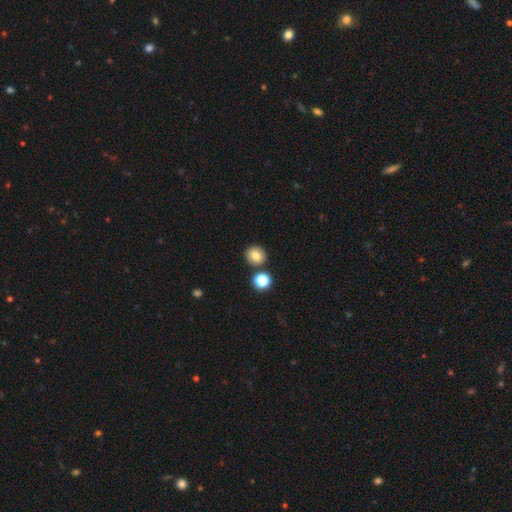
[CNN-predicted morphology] Smooth or featured? smooth (79%)
How rounded? round (85%)
Merging? none (82%)